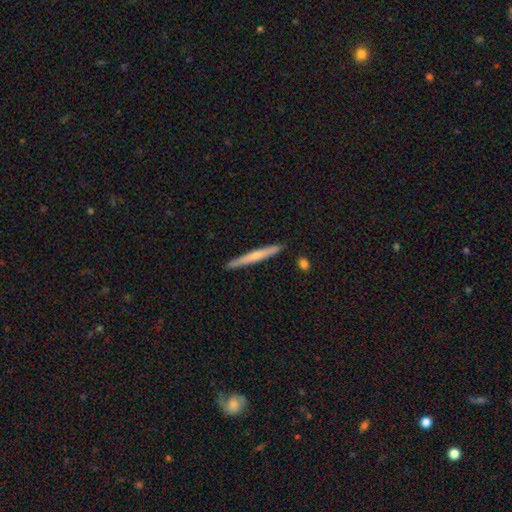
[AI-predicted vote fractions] smooth-or-featured: smooth: 56% | featured or disk: 39% | star or artifact: 5%
  how-rounded: cigar-shaped: 97% | in between: 2% | round: 1%
  merging: none: 90% | minor disturbance: 7% | merger: 2% | major disturbance: 1%